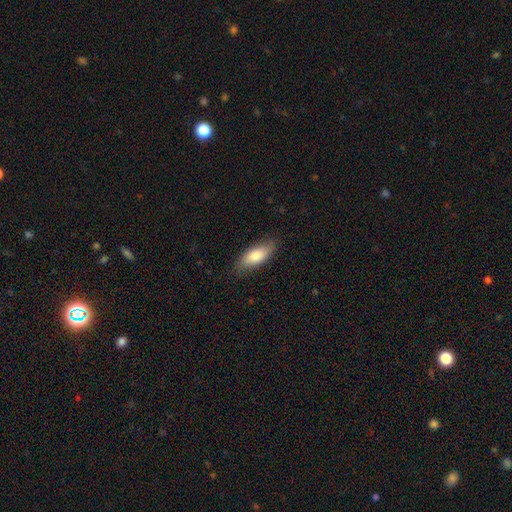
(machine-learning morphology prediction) A smooth galaxy with no disk features (80%) that is in between round and cigar-shaped (77%).

Vote fractions:
- Smooth or featured? smooth: 80% / featured or disk: 15% / star or artifact: 6%
- How rounded? in between: 77% / cigar-shaped: 20% / round: 2%
- Merging? none: 81% / minor disturbance: 15% / major disturbance: 3% / merger: 1%